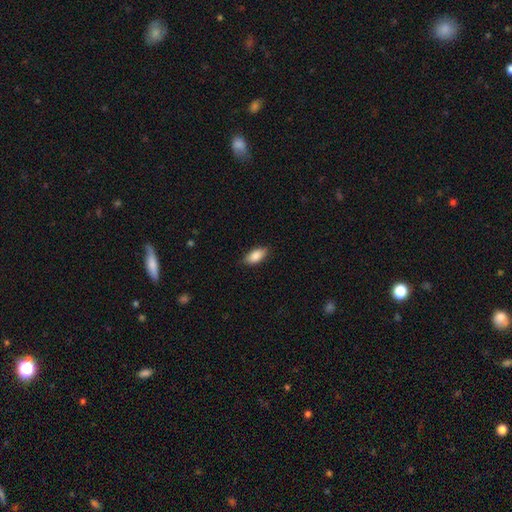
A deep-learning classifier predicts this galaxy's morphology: Smooth or featured? Predicted: smooth (p=0.87). How rounded? Predicted: in between (p=0.89). Merging? Predicted: none (p=0.84).